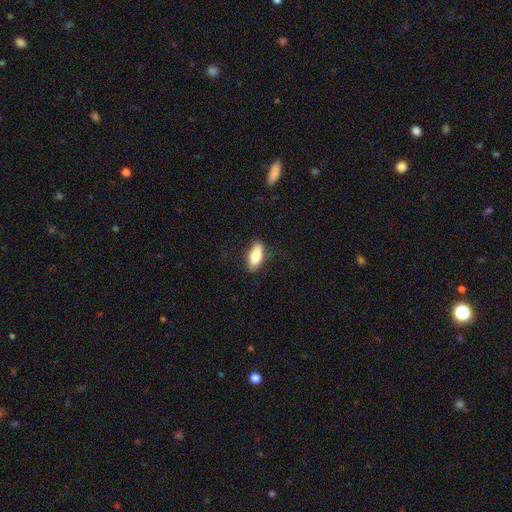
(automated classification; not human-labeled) Q: Smooth or featured?
A: smooth (80%); runner-up: featured or disk (14%)
Q: How rounded?
A: in between (74%); runner-up: cigar-shaped (24%)
Q: Merging?
A: none (80%); runner-up: minor disturbance (15%)